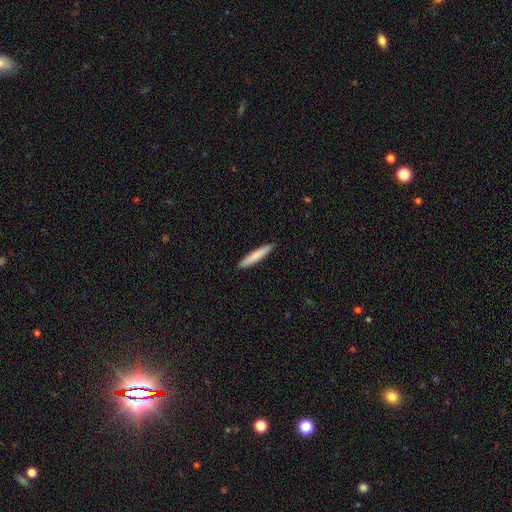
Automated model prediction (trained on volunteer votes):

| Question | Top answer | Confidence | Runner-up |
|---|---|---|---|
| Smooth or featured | smooth | 82% | featured or disk (13%) |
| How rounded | cigar-shaped | 92% | in between (7%) |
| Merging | none | 92% | minor disturbance (6%) |